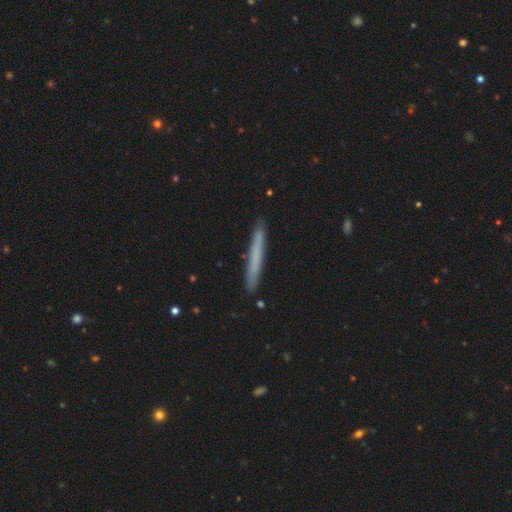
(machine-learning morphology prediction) type=smooth (65%); roundness=cigar-shaped (97%); merging=none (91%).